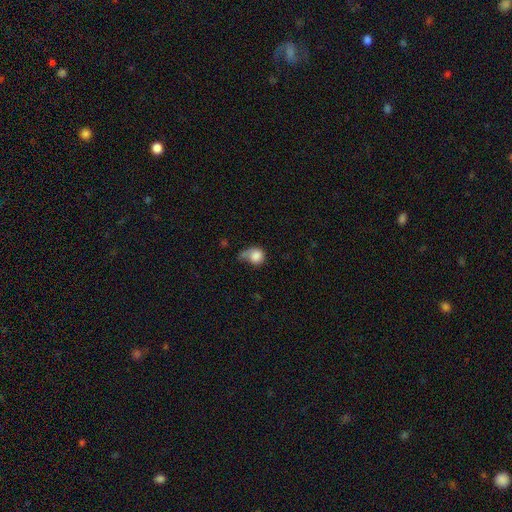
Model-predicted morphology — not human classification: A smooth galaxy with no disk features (80%) that is round (74%). Merging: major disturbance (32%).